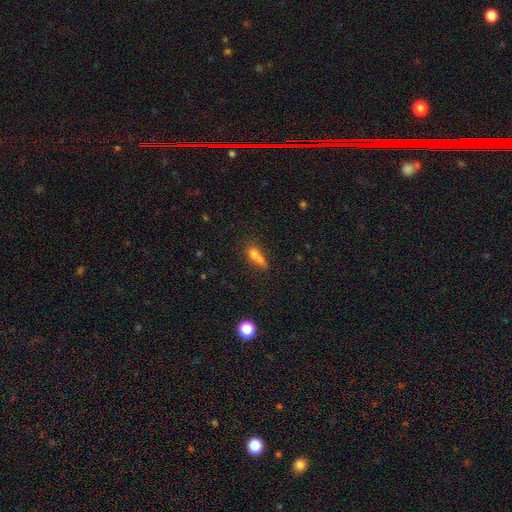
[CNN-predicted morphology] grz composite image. It shows a smooth galaxy with no disk features (68%) that is in between round and cigar-shaped (56%). Merging: merger (47%).